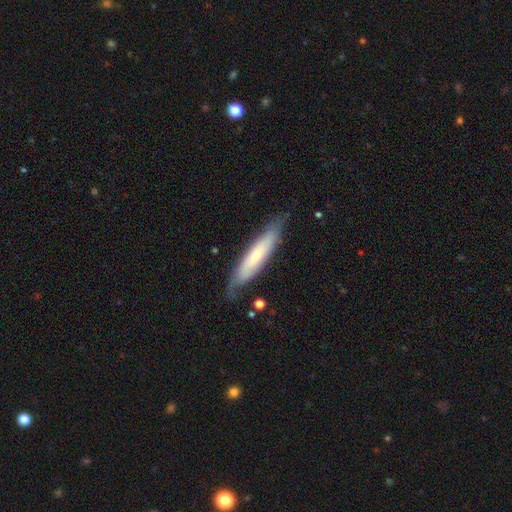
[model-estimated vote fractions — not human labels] Q: Smooth or featured?
A: smooth (51%); runner-up: featured or disk (43%)
Q: How rounded?
A: cigar-shaped (82%); runner-up: in between (17%)
Q: Merging?
A: none (76%); runner-up: minor disturbance (18%)